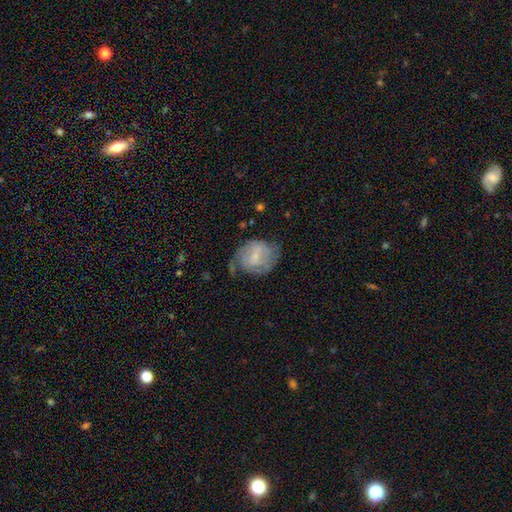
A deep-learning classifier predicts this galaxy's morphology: Q: Smooth or featured?
A: featured or disk (63%); runner-up: smooth (31%)
Q: Edge-on disk?
A: no (97%); runner-up: yes (3%)
Q: Bar?
A: weak (52%); runner-up: no (34%)
Q: Spiral arms?
A: yes (81%); runner-up: no (19%)
Q: Bulge size?
A: small (64%); runner-up: moderate (21%)
Q: Merging?
A: none (51%); runner-up: minor disturbance (28%)